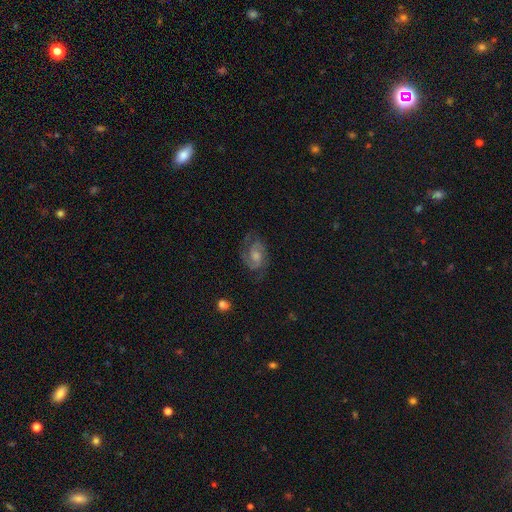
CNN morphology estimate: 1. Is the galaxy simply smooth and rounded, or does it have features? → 81% featured or disk, 10% star or artifact, 9% smooth.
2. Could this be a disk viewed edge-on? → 97% no, 3% yes.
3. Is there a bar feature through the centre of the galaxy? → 49% no, 42% weak, 9% strong.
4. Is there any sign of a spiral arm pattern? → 97% yes, 3% no.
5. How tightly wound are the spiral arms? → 47% medium, 44% tight, 10% loose.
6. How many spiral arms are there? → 84% 2, 6% can't tell, 5% 3, 2% 1, 2% 4, 2% more than 4.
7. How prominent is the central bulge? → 51% moderate, 36% small, 6% large, 5% none, 1% dominant.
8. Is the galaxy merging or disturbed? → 79% none, 14% minor disturbance, 6% major disturbance, 1% merger.